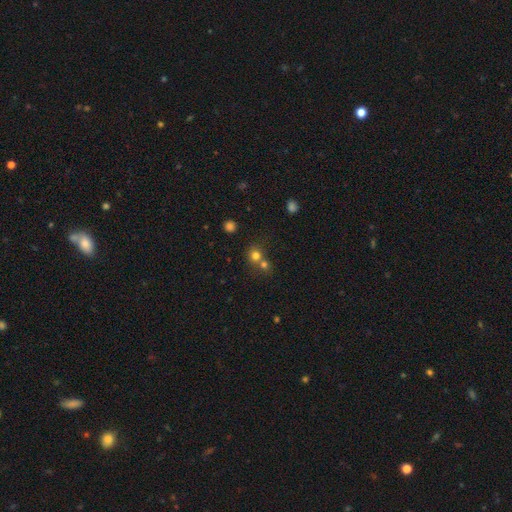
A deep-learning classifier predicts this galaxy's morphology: This appears to be a smooth galaxy with no disk features (74%) that is round (86%). Merging: none (49%).